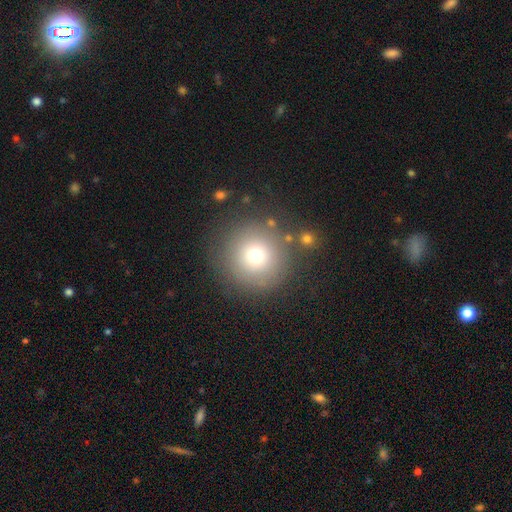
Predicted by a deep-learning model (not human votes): The model was most divided on "smooth or featured": smooth: 71%, star or artifact: 16%, featured or disk: 13%. More confident: how rounded — round (96%); merging — none (83%).